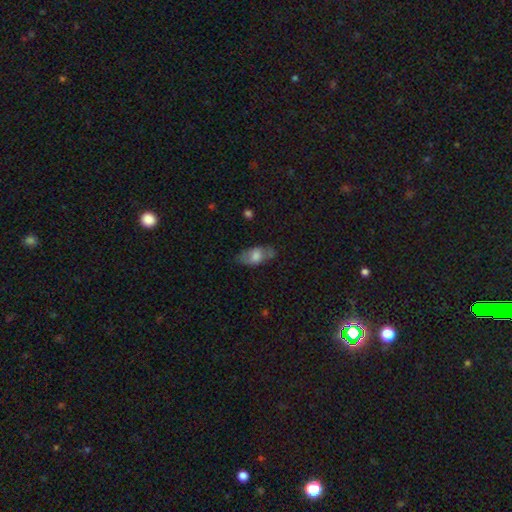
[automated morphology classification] smooth-or-featured: smooth: 62% | featured or disk: 31% | star or artifact: 8%
  how-rounded: in between: 86% | cigar-shaped: 9% | round: 5%
  merging: none: 66% | minor disturbance: 23% | major disturbance: 8% | merger: 3%